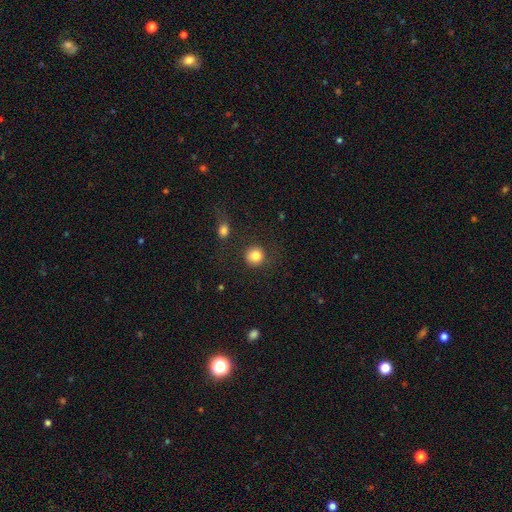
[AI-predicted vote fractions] This appears to be a smooth galaxy with no disk features (83%) that is round (92%). Merging: none (82%).